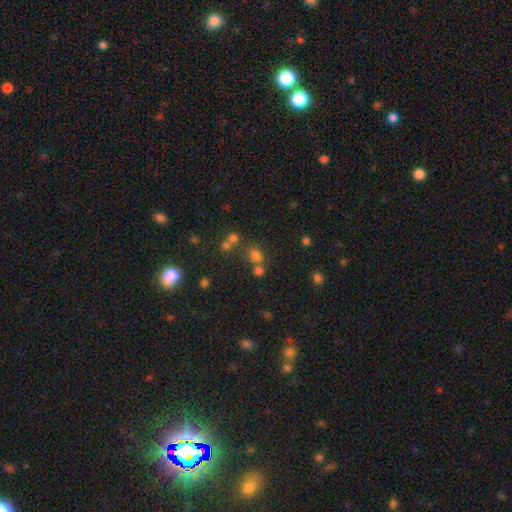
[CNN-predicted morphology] Smooth or featured? Predicted: smooth (p=0.64). How rounded? Predicted: round (p=0.51). Merging? Predicted: none (p=0.52).